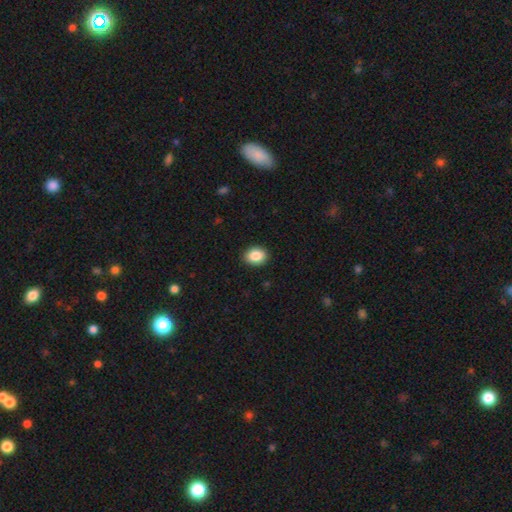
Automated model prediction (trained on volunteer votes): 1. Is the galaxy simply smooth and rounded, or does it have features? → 87% smooth, 8% star or artifact, 5% featured or disk.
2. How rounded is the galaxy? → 57% in between, 42% round, 1% cigar-shaped.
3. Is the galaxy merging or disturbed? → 91% none, 7% minor disturbance, 2% major disturbance, 1% merger.